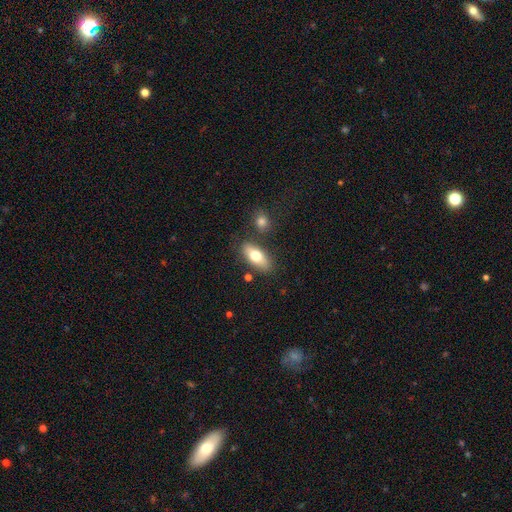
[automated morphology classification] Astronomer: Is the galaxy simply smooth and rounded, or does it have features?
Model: smooth — 73%.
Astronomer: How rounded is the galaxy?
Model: in between — 82%.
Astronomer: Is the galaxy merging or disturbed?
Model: none — 78%.